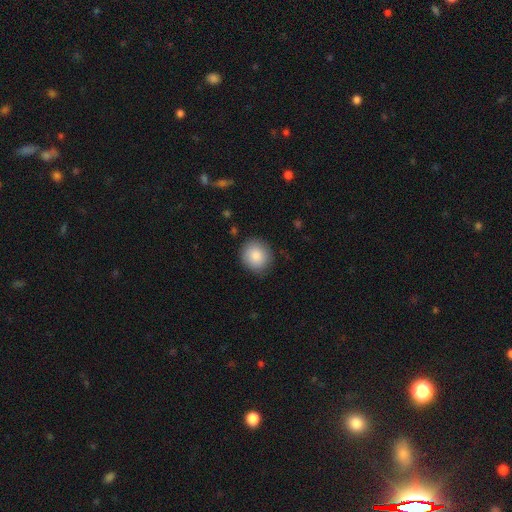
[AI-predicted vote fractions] A smooth galaxy with no disk features (87%) that is round (85%). Merging: none (87%).